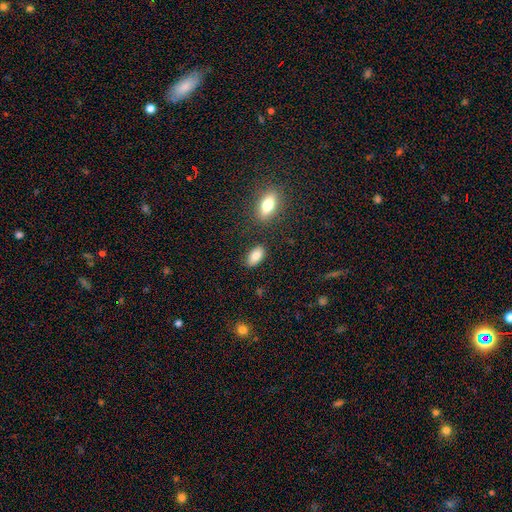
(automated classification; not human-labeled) Smooth or featured?
  - smooth: 83% *
  - featured or disk: 10%
  - star or artifact: 8%
How rounded?
  - in between: 92% *
  - cigar-shaped: 4%
  - round: 4%
Merging?
  - none: 83% *
  - minor disturbance: 10%
  - merger: 4%
  - major disturbance: 3%